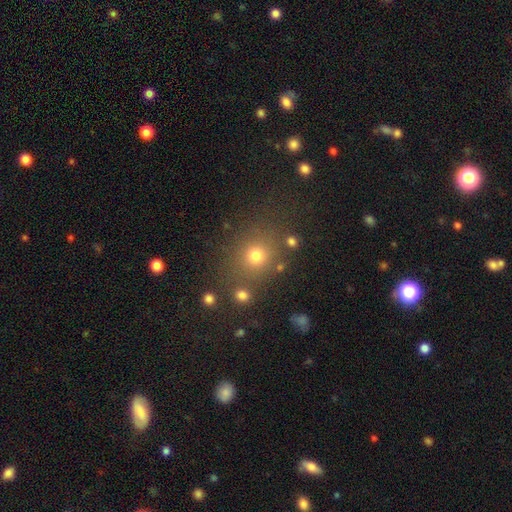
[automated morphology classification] A smooth galaxy with no disk features (75%) that is round (84%). Merging: none (77%).